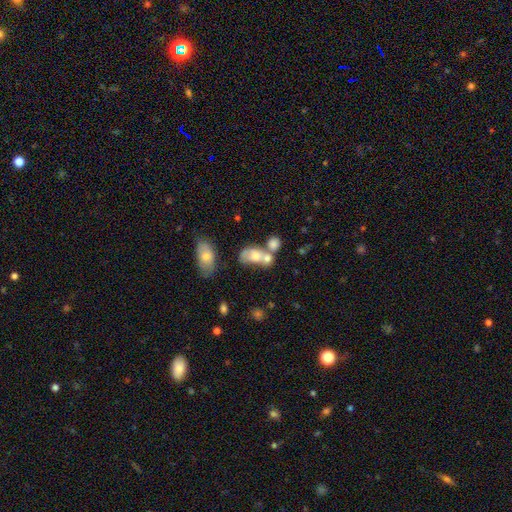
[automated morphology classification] Overall: smooth (64%; featured or disk 25%). How rounded: in between (72%). Merging: merger (60%; none 21%).